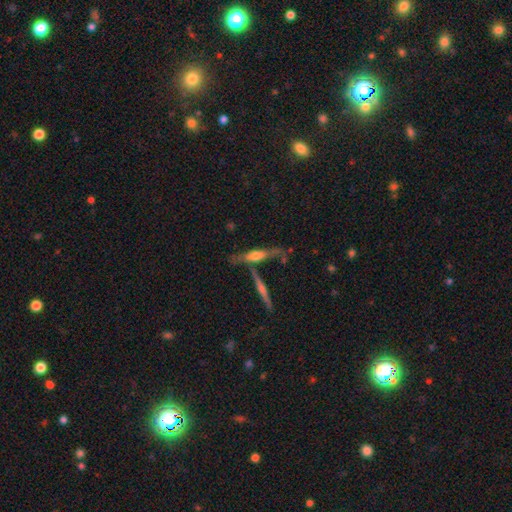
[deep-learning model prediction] Smooth or featured? Predicted: featured or disk (p=0.62). Edge-on disk? Predicted: yes (p=0.89). Edge-on bulge? Predicted: rounded (p=0.80). Merging? Predicted: none (p=0.59).